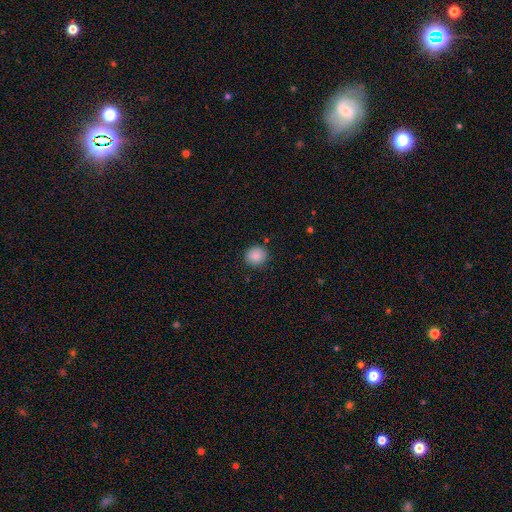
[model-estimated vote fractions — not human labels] The model was most divided on "how rounded": round: 86%, in between: 13%, cigar-shaped: 1%. More confident: merging — none (89%); smooth or featured — smooth (87%).